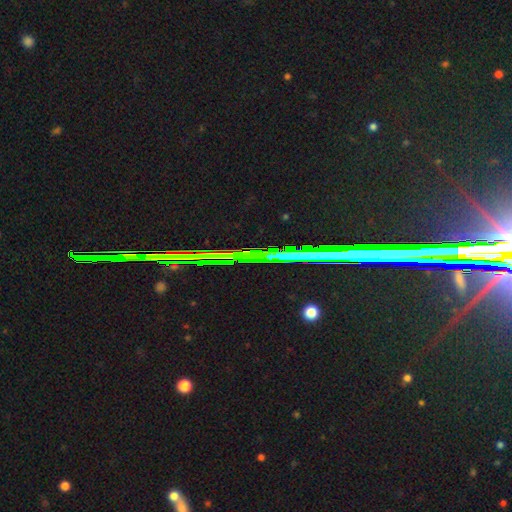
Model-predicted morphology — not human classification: A star or artifact, not a galaxy (82%).